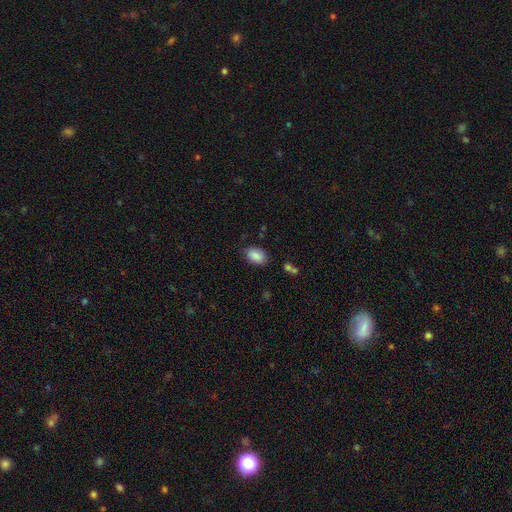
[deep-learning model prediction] smooth-or-featured: smooth: 88% | star or artifact: 8% | featured or disk: 5%
  how-rounded: in between: 88% | round: 10% | cigar-shaped: 1%
  merging: none: 80% | minor disturbance: 15% | major disturbance: 3% | merger: 2%